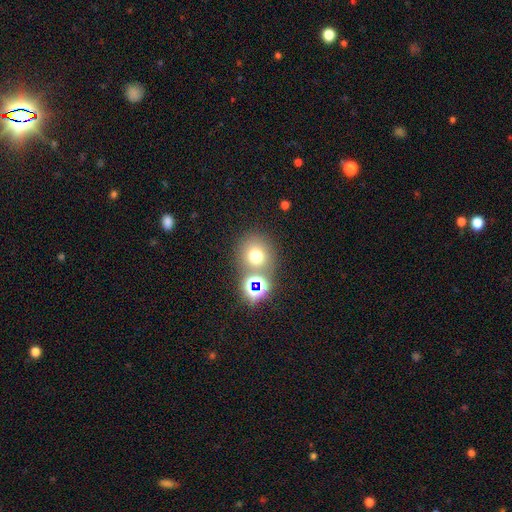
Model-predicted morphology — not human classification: A smooth galaxy with no disk features (66%) that is round (86%).

Vote fractions:
- Smooth or featured? smooth: 66% / star or artifact: 23% / featured or disk: 11%
- How rounded? round: 86% / in between: 13% / cigar-shaped: 1%
- Merging? none: 66% / merger: 21% / minor disturbance: 9% / major disturbance: 4%